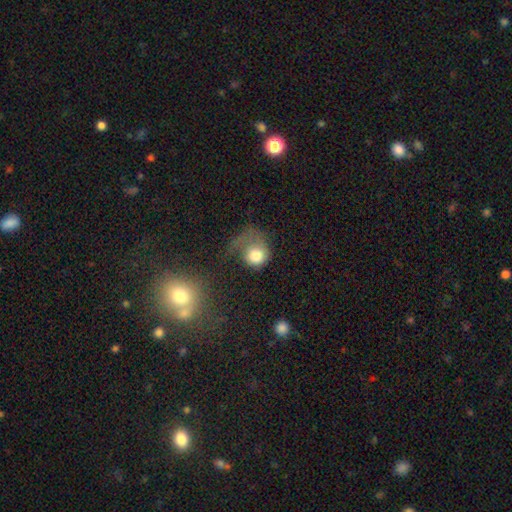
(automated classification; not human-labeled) Q: Smooth or featured?
A: smooth (66%); runner-up: featured or disk (25%)
Q: How rounded?
A: round (75%); runner-up: in between (24%)
Q: Merging?
A: major disturbance (55%); runner-up: none (20%)